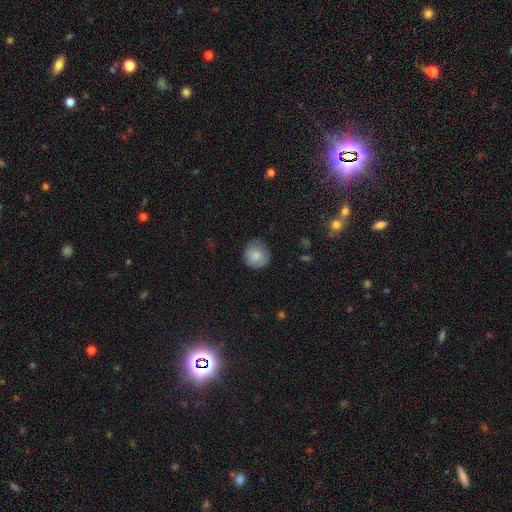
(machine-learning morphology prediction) Smooth or featured?
  - smooth: 82% *
  - featured or disk: 11%
  - star or artifact: 8%
How rounded?
  - round: 91% *
  - in between: 8%
  - cigar-shaped: 1%
Merging?
  - none: 80% *
  - minor disturbance: 16%
  - major disturbance: 3%
  - merger: 1%